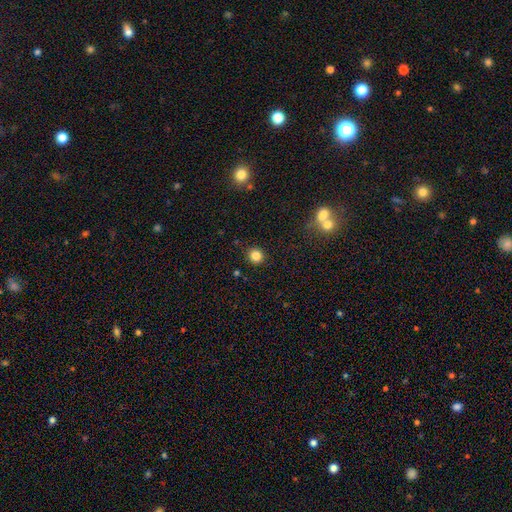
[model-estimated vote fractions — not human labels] A smooth galaxy with no disk features (84%) that is round (90%).

Vote fractions:
- Smooth or featured? smooth: 84% / star or artifact: 12% / featured or disk: 5%
- How rounded? round: 90% / in between: 9% / cigar-shaped: 1%
- Merging? none: 90% / minor disturbance: 6% / merger: 2% / major disturbance: 2%